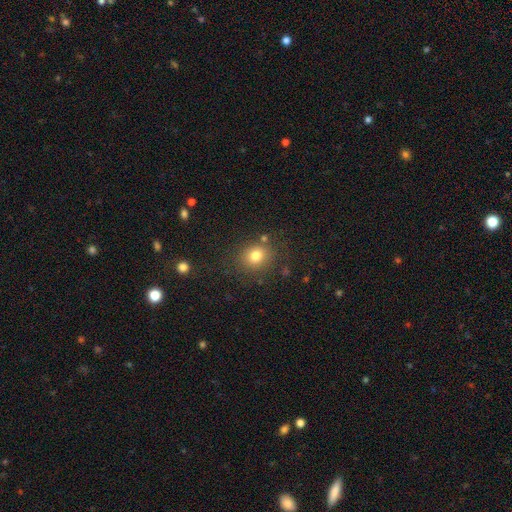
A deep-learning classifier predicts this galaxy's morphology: Q: Smooth or featured?
A: smooth (78%); runner-up: star or artifact (14%)
Q: How rounded?
A: round (73%); runner-up: in between (26%)
Q: Merging?
A: none (80%); runner-up: minor disturbance (11%)